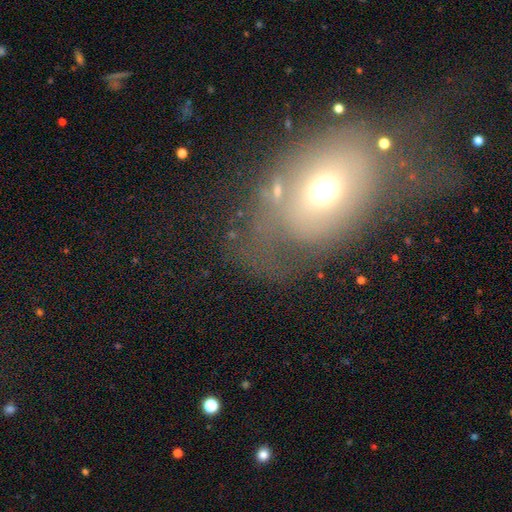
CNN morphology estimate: smooth-or-featured: smooth: 49% | featured or disk: 34% | star or artifact: 18%
  merging: none: 48% | major disturbance: 25% | minor disturbance: 22% | merger: 6%